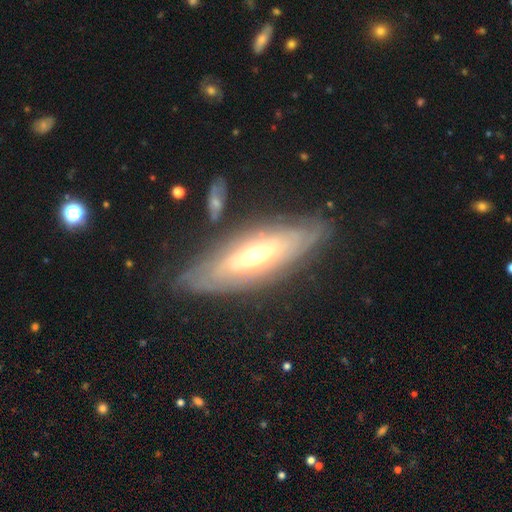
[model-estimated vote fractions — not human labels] Smooth or featured? Predicted: featured or disk (p=0.73). Edge-on disk? Predicted: no (p=0.66). Merging? Predicted: none (p=0.77).